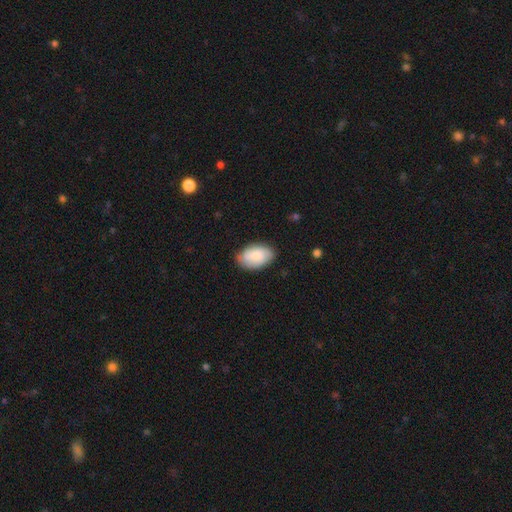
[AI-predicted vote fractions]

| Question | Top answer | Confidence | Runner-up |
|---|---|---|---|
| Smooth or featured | smooth | 72% | featured or disk (22%) |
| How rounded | in between | 91% | round (8%) |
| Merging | none | 77% | minor disturbance (18%) |